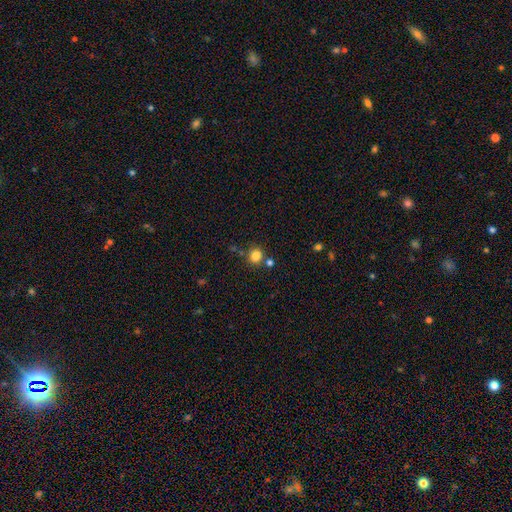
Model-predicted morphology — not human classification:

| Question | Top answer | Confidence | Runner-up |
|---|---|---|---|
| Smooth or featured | smooth | 83% | star or artifact (12%) |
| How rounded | round | 84% | in between (15%) |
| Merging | none | 74% | merger (13%) |